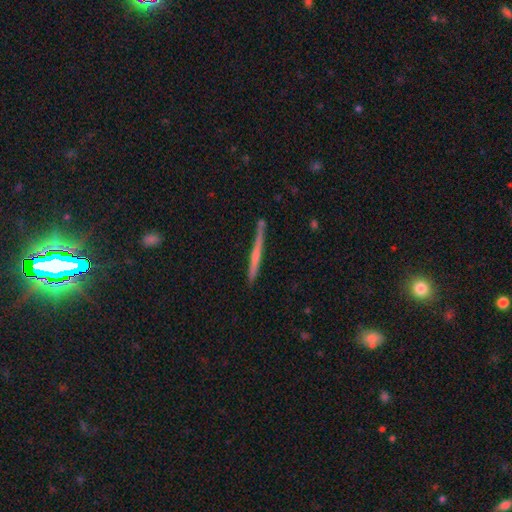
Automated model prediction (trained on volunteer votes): Overall: featured or disk (51%; smooth 43%). Edge-on disk: yes (97%). Merging: none (83%).